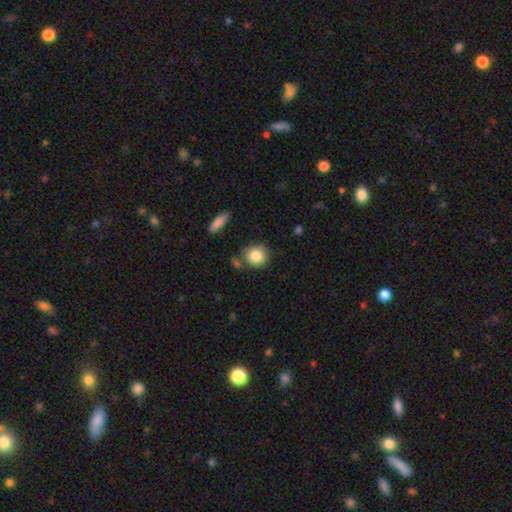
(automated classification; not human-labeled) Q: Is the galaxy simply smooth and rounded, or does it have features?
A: smooth — 84%.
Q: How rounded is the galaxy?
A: round — 86%.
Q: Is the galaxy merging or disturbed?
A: none — 74%.